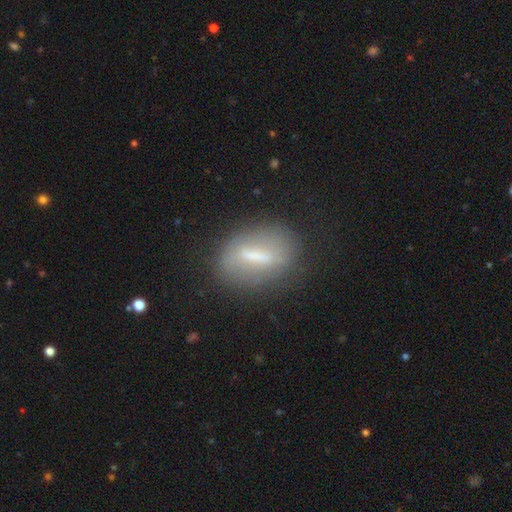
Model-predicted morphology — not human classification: This appears to be a featured or disk galaxy (45%, tied with smooth). Merging: none (76%).